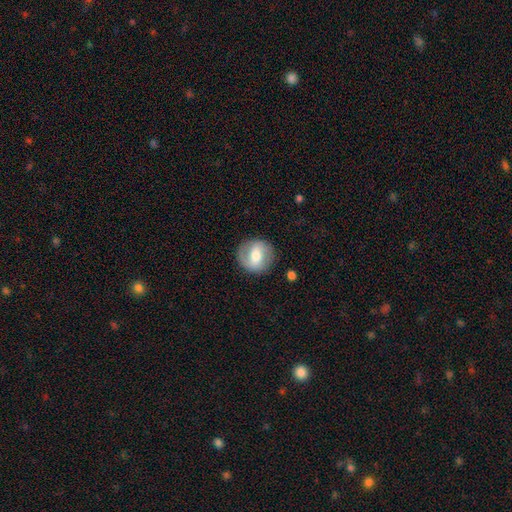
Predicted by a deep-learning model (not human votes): Smooth or featured? Predicted: featured or disk (p=0.48). Merging? Predicted: none (p=0.85).